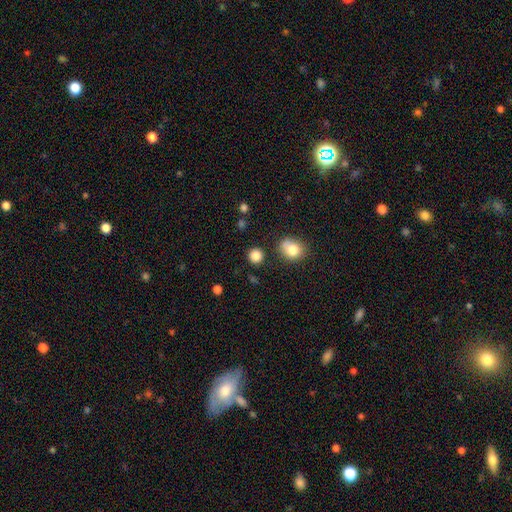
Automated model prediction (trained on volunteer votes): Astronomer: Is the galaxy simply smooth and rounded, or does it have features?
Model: smooth — 84%.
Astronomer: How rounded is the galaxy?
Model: round — 91%.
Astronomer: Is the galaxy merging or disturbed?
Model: none — 84%.